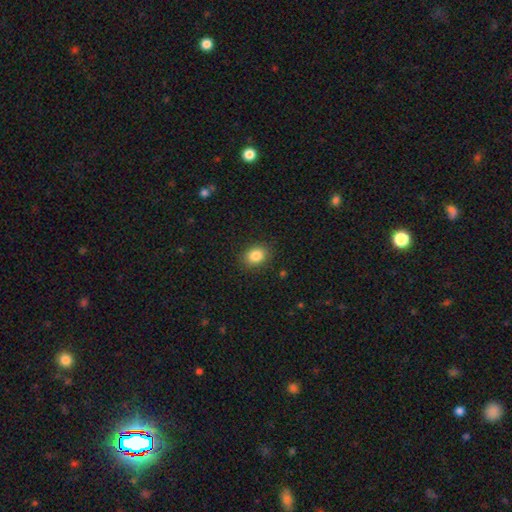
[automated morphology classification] Q: Smooth or featured?
A: smooth (85%); runner-up: star or artifact (10%)
Q: How rounded?
A: in between (58%); runner-up: round (41%)
Q: Merging?
A: none (87%); runner-up: minor disturbance (9%)